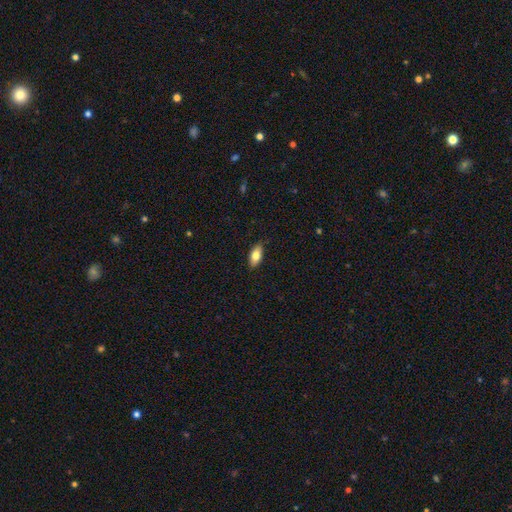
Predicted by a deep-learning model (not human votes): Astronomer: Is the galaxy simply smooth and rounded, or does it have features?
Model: smooth — 77%.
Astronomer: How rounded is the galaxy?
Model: in between — 86%.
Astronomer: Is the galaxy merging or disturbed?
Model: none — 86%.